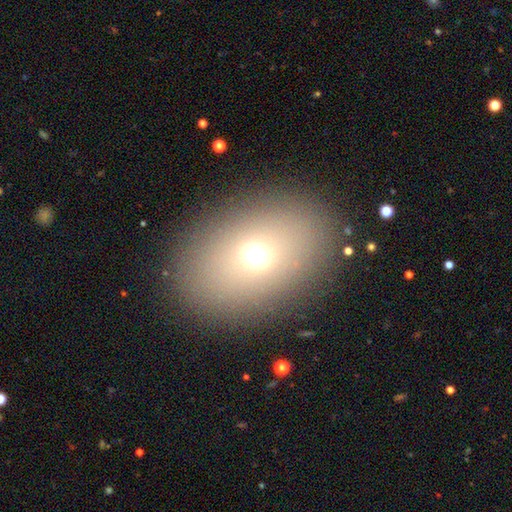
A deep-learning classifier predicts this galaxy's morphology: Smooth or featured?
  - smooth: 64% *
  - featured or disk: 19%
  - star or artifact: 17%
How rounded?
  - in between: 77% *
  - round: 21%
  - cigar-shaped: 2%
Merging?
  - none: 85% *
  - minor disturbance: 8%
  - major disturbance: 5%
  - merger: 2%